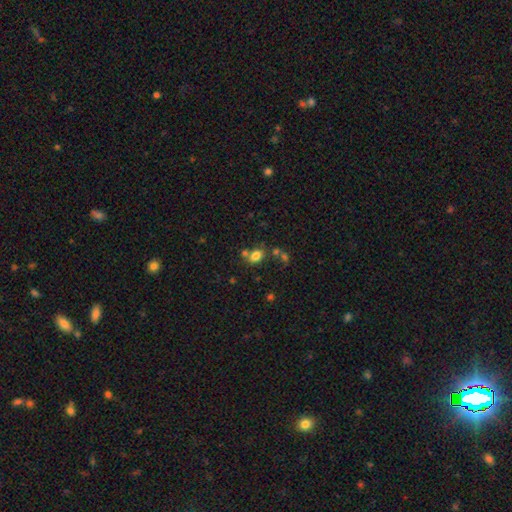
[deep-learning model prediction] This is likely a smooth galaxy (78%). How rounded: likely in between (67%). Merging: possibly none (58%).